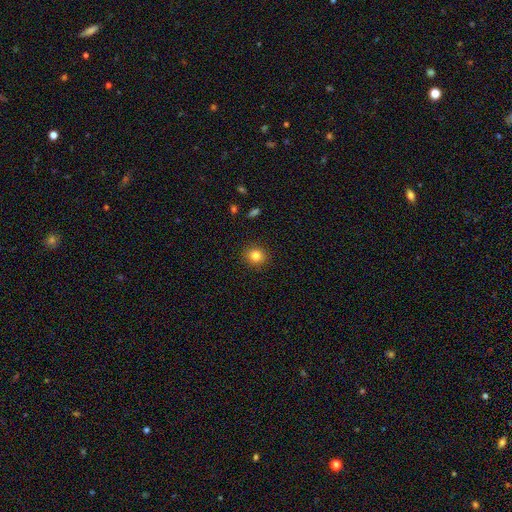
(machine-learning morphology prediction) smooth 83%, star or artifact 11%, featured or disk 6%. Down the decision tree: how rounded — round (85%); merging — none (90%).